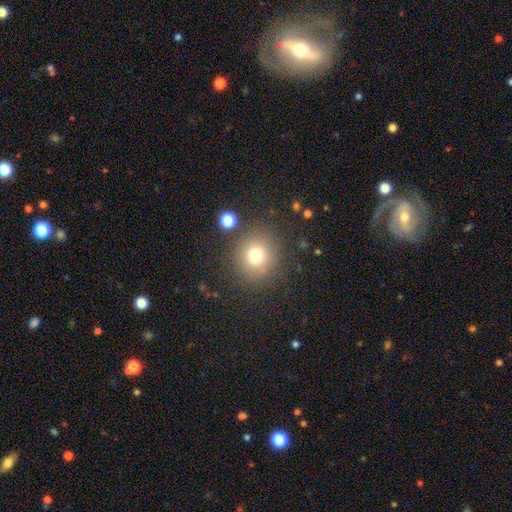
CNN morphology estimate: Smooth or featured? Predicted: smooth (p=0.75). How rounded? Predicted: round (p=0.88). Merging? Predicted: none (p=0.83).